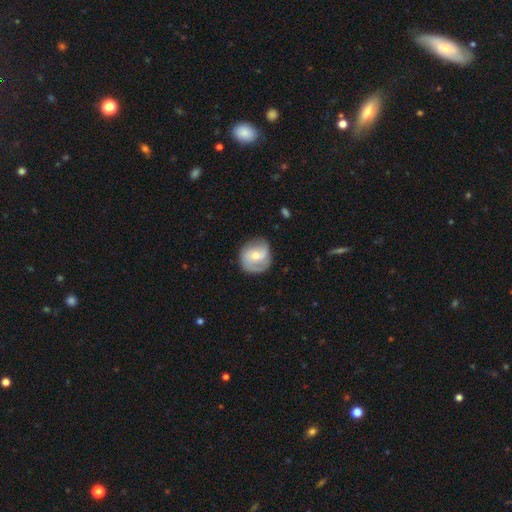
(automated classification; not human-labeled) Smooth or featured? featured or disk (64%)
Edge-on disk? no (97%)
Bar? no (48%)
Spiral arms? yes (87%)
Spiral winding? medium (43%)
Spiral arm count? 2 (63%)
Bulge size? moderate (57%)
Merging? none (74%)